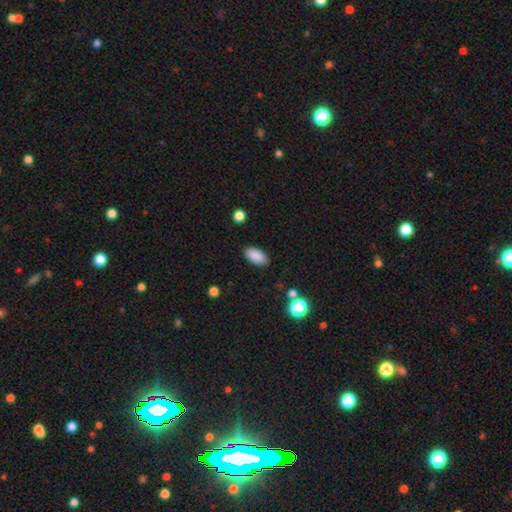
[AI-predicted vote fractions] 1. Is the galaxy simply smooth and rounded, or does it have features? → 89% smooth, 8% star or artifact, 4% featured or disk.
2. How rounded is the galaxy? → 93% in between, 4% cigar-shaped, 3% round.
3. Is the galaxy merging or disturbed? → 87% none, 10% minor disturbance, 2% major disturbance, 1% merger.